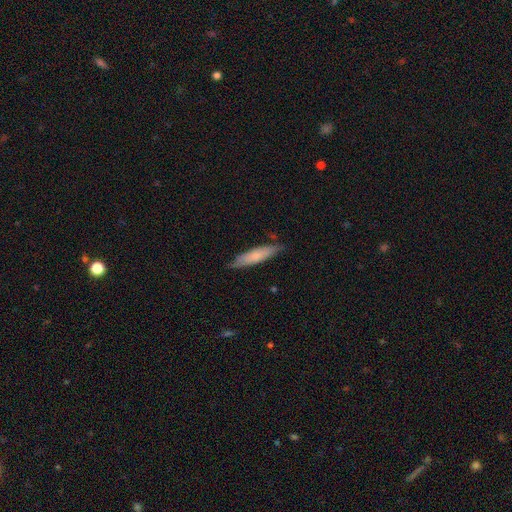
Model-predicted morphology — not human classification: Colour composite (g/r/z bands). It shows a smooth galaxy with no disk features (71%) that is cigar-shaped (77%). Merging: none (81%).